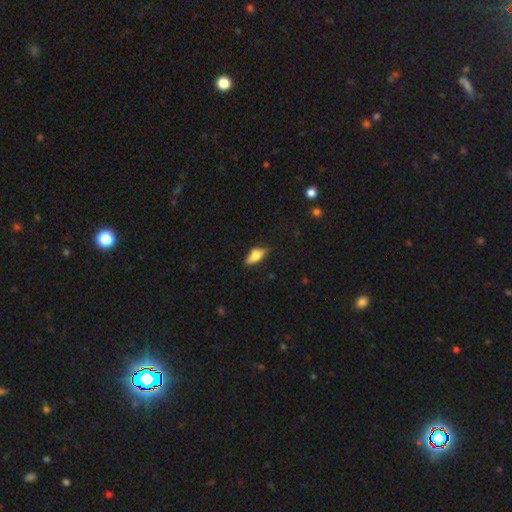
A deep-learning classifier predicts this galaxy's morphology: The model was most divided on "smooth or featured": smooth: 67%, featured or disk: 26%, star or artifact: 7%. More confident: merging — none (75%); how rounded — in between (75%).